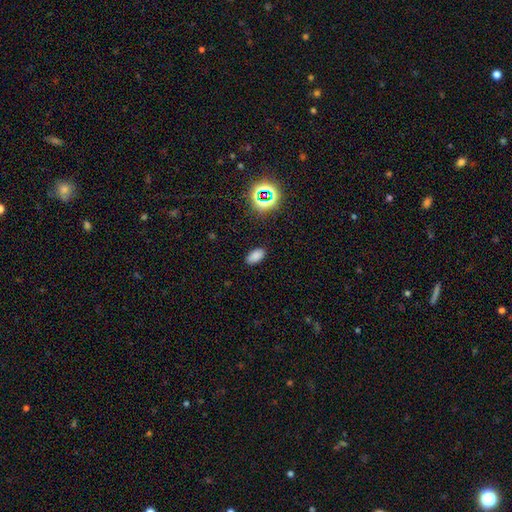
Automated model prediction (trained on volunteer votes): Morphology: type=smooth (78%); roundness=in between (92%); merging=none (86%).